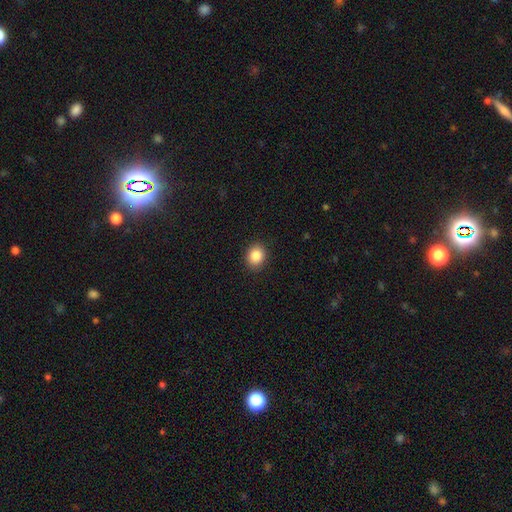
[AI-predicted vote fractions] Q: Smooth or featured?
A: smooth (86%); runner-up: star or artifact (9%)
Q: How rounded?
A: round (64%); runner-up: in between (35%)
Q: Merging?
A: none (90%); runner-up: minor disturbance (7%)